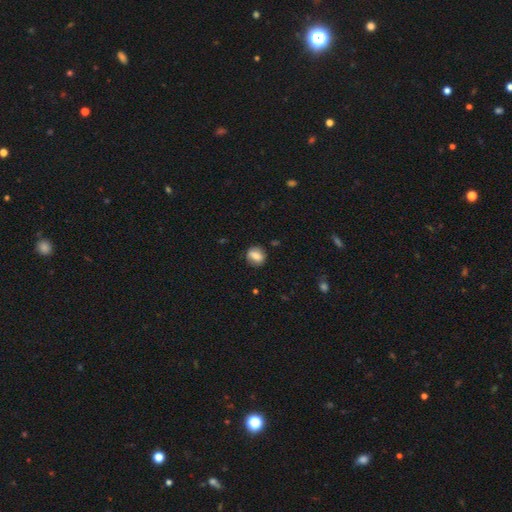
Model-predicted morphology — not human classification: Overall: smooth (74%). How rounded: round (54%; in between 44%). Merging: none (79%).